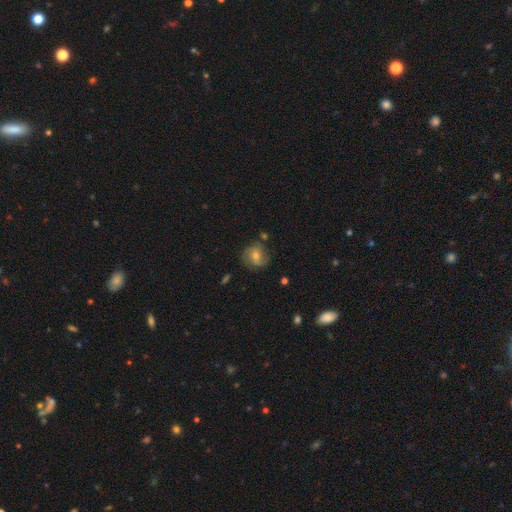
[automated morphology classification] Smooth or featured? Predicted: featured or disk (p=0.59). Edge-on disk? Predicted: no (p=0.97). Bar? Predicted: no (p=0.51). Spiral arms? Predicted: yes (p=0.86). Bulge size? Predicted: moderate (p=0.55). Merging? Predicted: none (p=0.72).